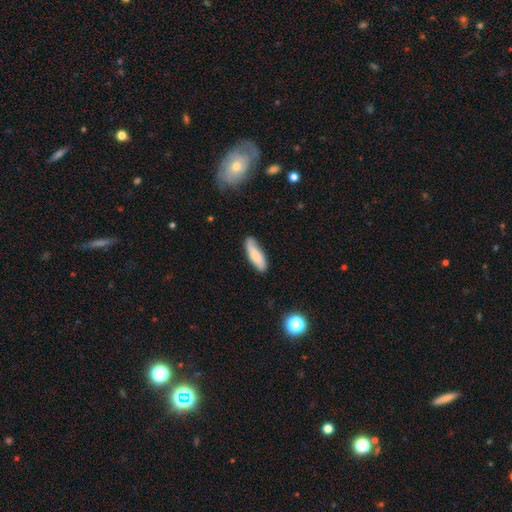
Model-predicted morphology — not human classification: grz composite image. It shows a smooth galaxy with no disk features (74%) that is in between round and cigar-shaped (51%). Merging: none (74%).